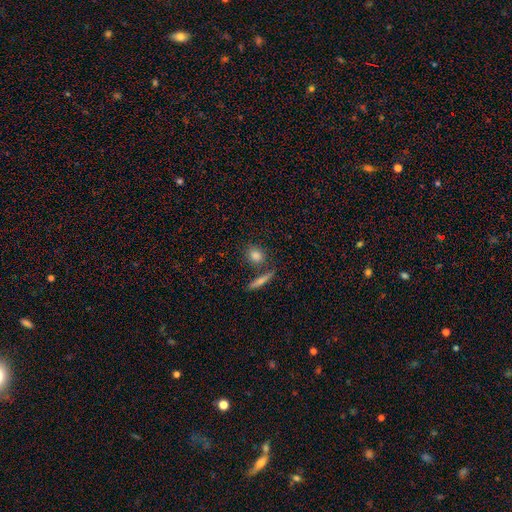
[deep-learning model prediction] Smooth or featured: smooth — 80% (featured or disk — 11%)
How rounded: round — 55% (in between — 35%)
Merging: none — 75% (merger — 12%)